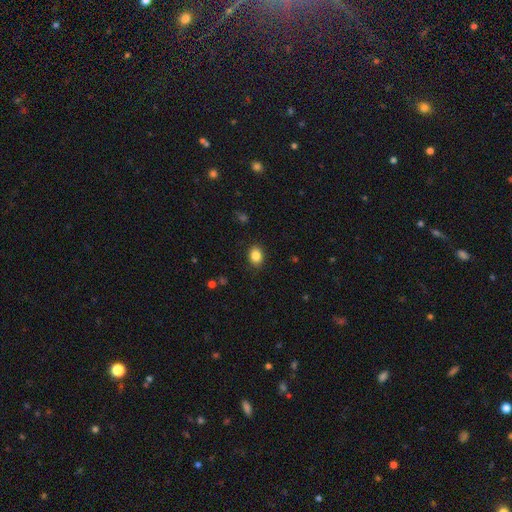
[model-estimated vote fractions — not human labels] Smooth or featured? smooth (85%)
How rounded? in between (63%)
Merging? none (88%)